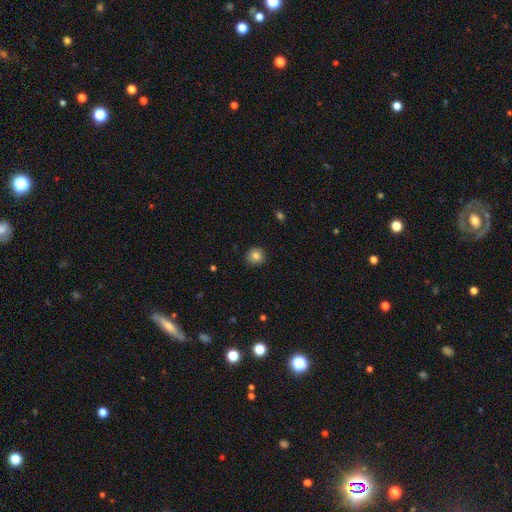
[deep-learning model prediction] Smooth or featured? Predicted: smooth (p=0.83). How rounded? Predicted: round (p=0.91). Merging? Predicted: none (p=0.90).